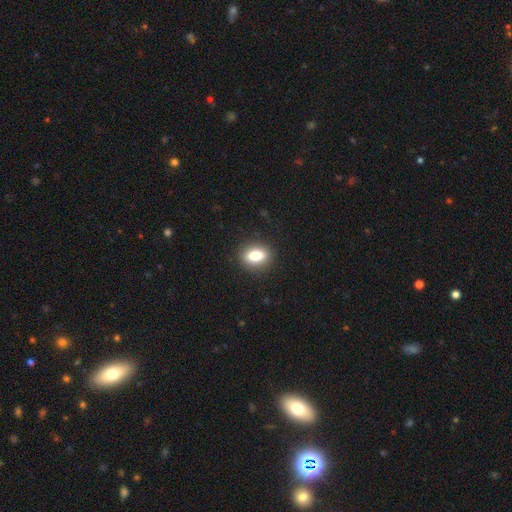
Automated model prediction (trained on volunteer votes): smooth_or_featured: smooth (p=0.78) [alt: featured or disk p=0.13]
how_rounded: in between (p=0.70) [alt: round p=0.27]
merging: none (p=0.89) [alt: minor disturbance p=0.08]